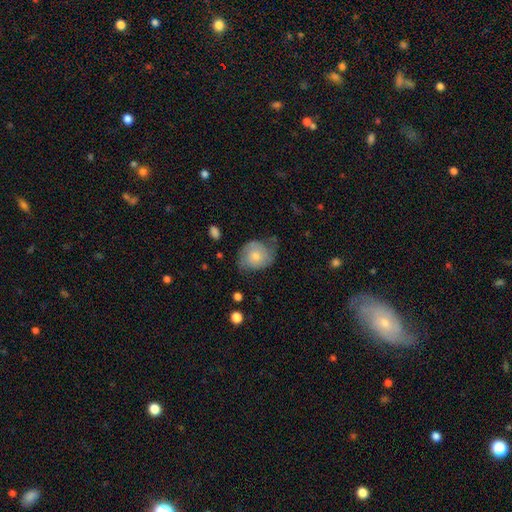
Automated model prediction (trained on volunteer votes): smooth_or_featured: smooth (p=0.57) [alt: featured or disk p=0.36]
how_rounded: round (p=0.63) [alt: in between p=0.36]
merging: none (p=0.52) [alt: minor disturbance p=0.33]